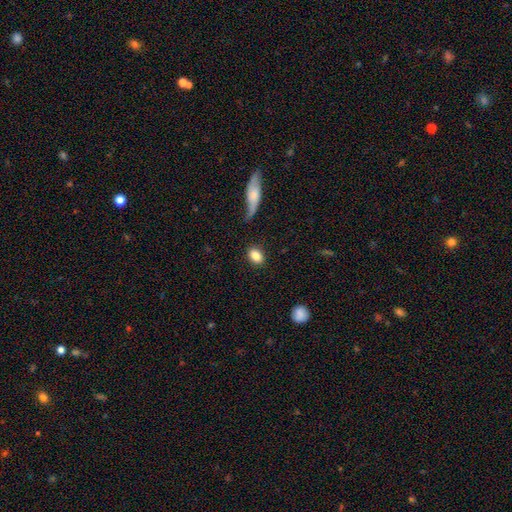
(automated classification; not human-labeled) A smooth galaxy with no disk features (85%) that is in between round and cigar-shaped (77%). Merging: none (85%).